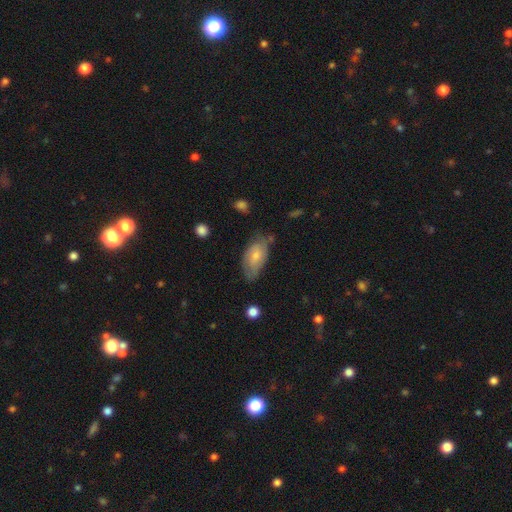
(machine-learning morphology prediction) Smooth or featured?
  - smooth: 64% *
  - featured or disk: 30%
  - star or artifact: 6%
How rounded?
  - in between: 92% *
  - cigar-shaped: 5%
  - round: 3%
Merging?
  - none: 56% *
  - minor disturbance: 32%
  - major disturbance: 9%
  - merger: 4%